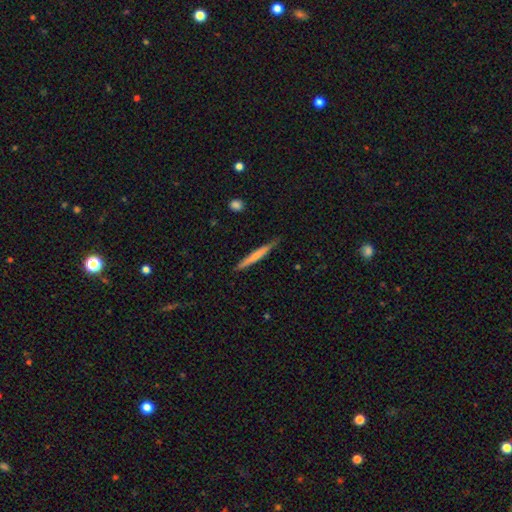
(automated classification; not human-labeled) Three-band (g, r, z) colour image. It shows a smooth galaxy with no disk features (62%) that is cigar-shaped (96%). Merging: none (84%).